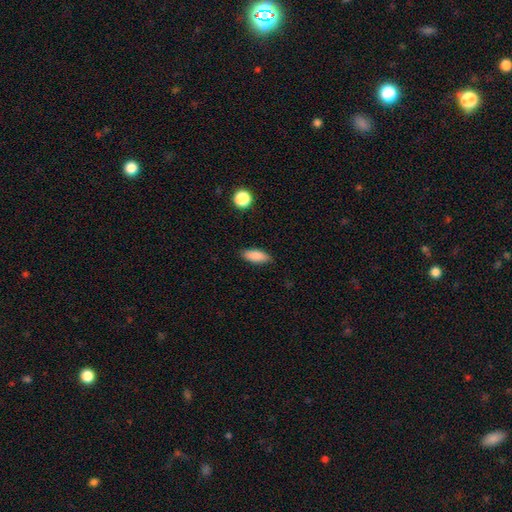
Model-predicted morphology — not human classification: Q: Smooth or featured?
A: smooth (87%); runner-up: star or artifact (7%)
Q: How rounded?
A: in between (77%); runner-up: cigar-shaped (21%)
Q: Merging?
A: none (83%); runner-up: minor disturbance (13%)